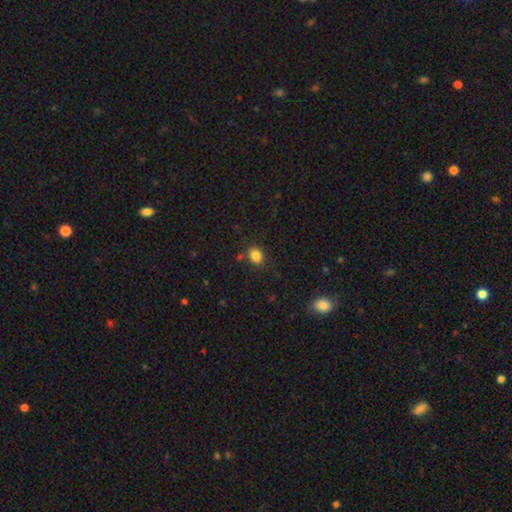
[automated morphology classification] type=smooth (84%); roundness=in between (55%); merging=none (78%).